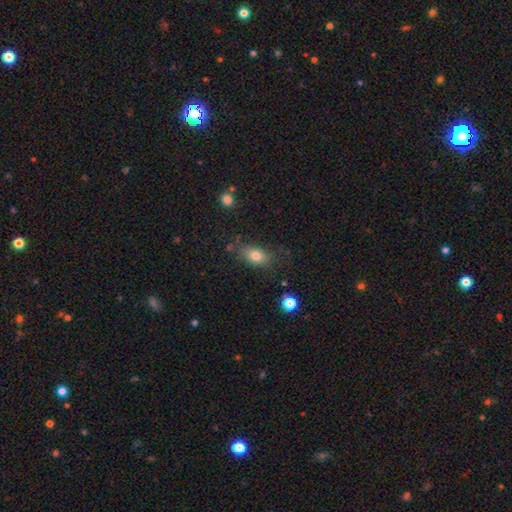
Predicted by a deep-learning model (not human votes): Smooth or featured? smooth (80%)
How rounded? in between (81%)
Merging? none (69%)